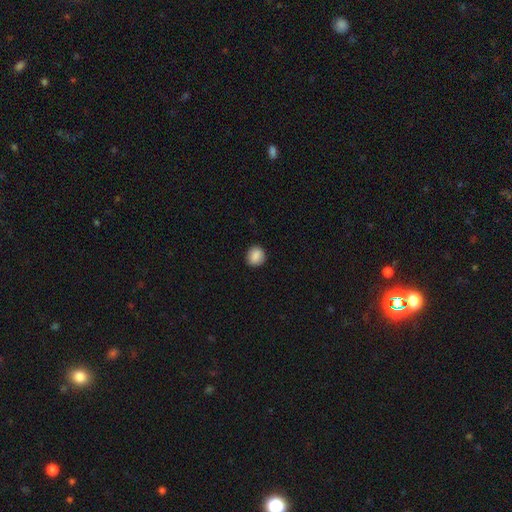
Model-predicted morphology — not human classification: Smooth or featured: smooth — 88% (star or artifact — 8%)
How rounded: round — 79% (in between — 20%)
Merging: none — 89% (minor disturbance — 8%)